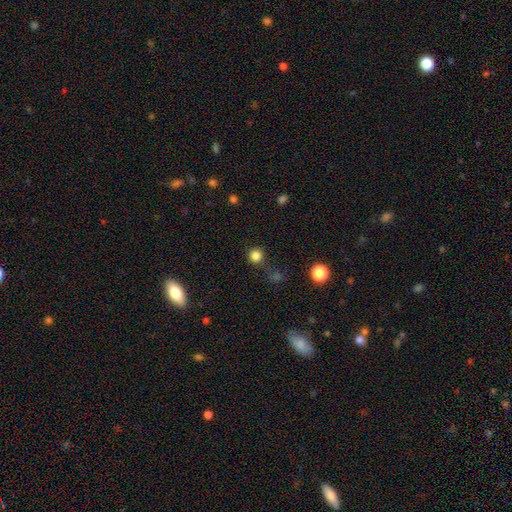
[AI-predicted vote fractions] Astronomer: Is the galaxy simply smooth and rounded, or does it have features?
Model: smooth — 81%.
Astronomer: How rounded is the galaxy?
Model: round — 94%.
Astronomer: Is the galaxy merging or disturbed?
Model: none — 79%.